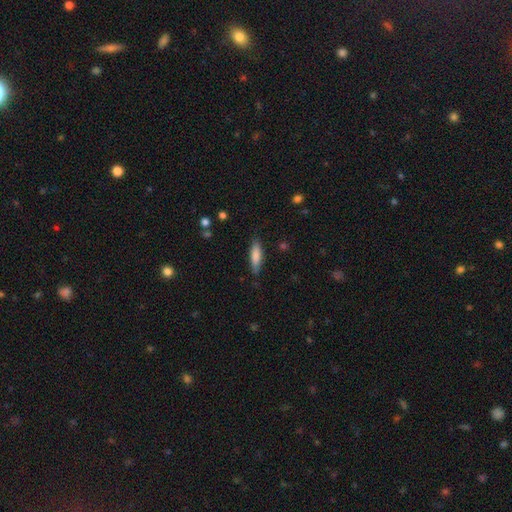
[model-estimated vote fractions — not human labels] The model was most divided on "how rounded": cigar-shaped: 58%, in between: 40%, round: 2%. More confident: merging — none (80%); smooth or featured — smooth (79%).